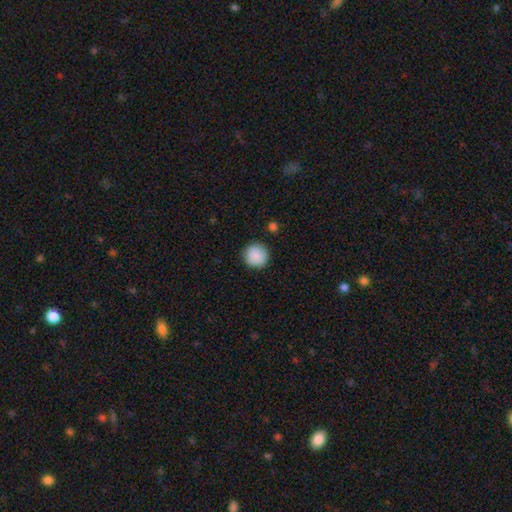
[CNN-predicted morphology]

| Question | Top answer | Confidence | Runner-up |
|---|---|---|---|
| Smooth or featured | smooth | 90% | star or artifact (7%) |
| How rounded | round | 95% | in between (4%) |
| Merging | none | 90% | minor disturbance (6%) |